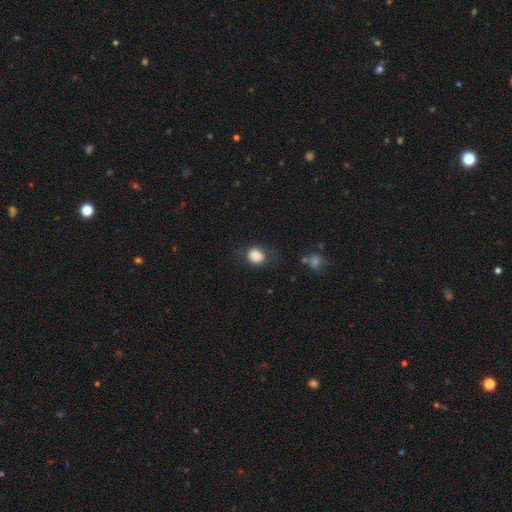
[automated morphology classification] Smooth or featured?
  - smooth: 83% *
  - star or artifact: 9%
  - featured or disk: 8%
How rounded?
  - round: 57% *
  - in between: 42%
  - cigar-shaped: 1%
Merging?
  - none: 66% *
  - minor disturbance: 21%
  - major disturbance: 10%
  - merger: 2%